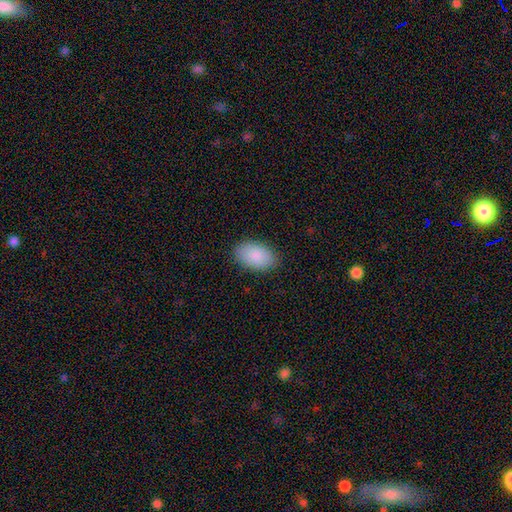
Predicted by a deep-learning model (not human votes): This appears to be a smooth galaxy with no disk features (89%) that is in between round and cigar-shaped (93%). Merging: none (88%).